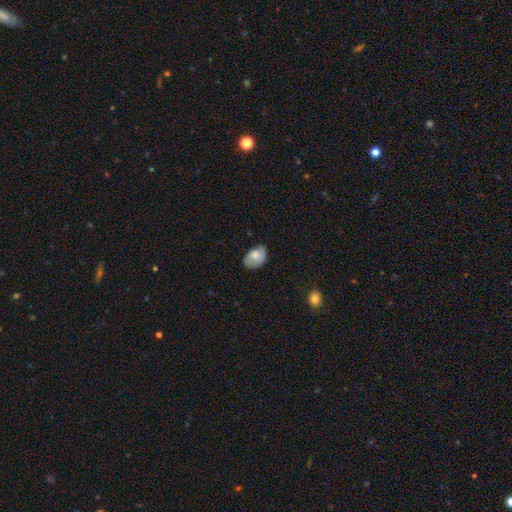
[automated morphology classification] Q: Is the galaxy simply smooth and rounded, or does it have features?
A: smooth — 71%.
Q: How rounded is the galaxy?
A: in between — 81%.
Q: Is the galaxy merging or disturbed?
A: none — 55%.